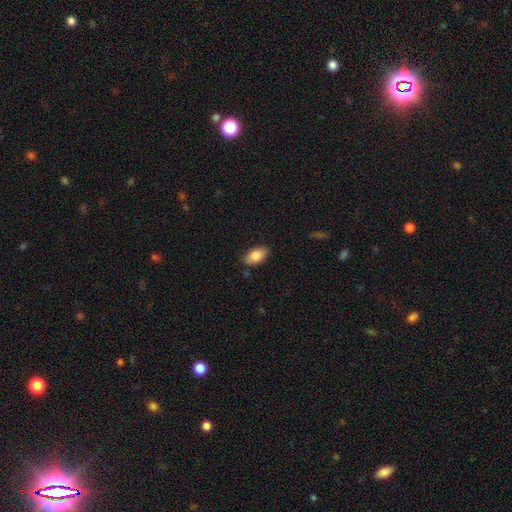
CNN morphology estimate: smooth_or_featured: smooth (p=0.83) [alt: featured or disk p=0.10]
how_rounded: in between (p=0.93) [alt: round p=0.04]
merging: none (p=0.84) [alt: minor disturbance p=0.12]